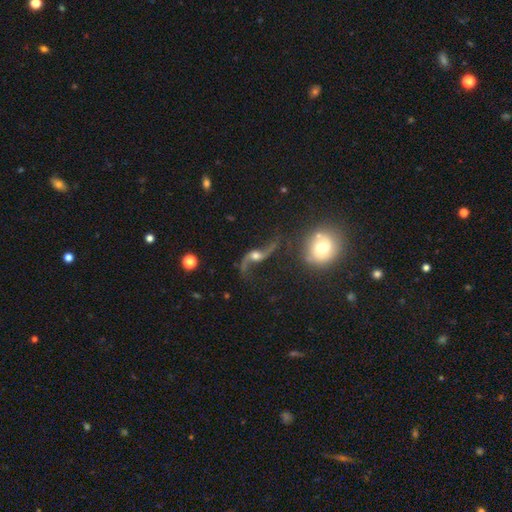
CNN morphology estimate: Overall: featured or disk (87%). Edge-on disk: no (94%). Bar: no (61%; weak 28%). Spiral arms: yes (96%). Spiral arm count: 2 (93%). Spiral winding: loose (93%). Bulge size: moderate (55%; small 21%). Merging: none (70%).